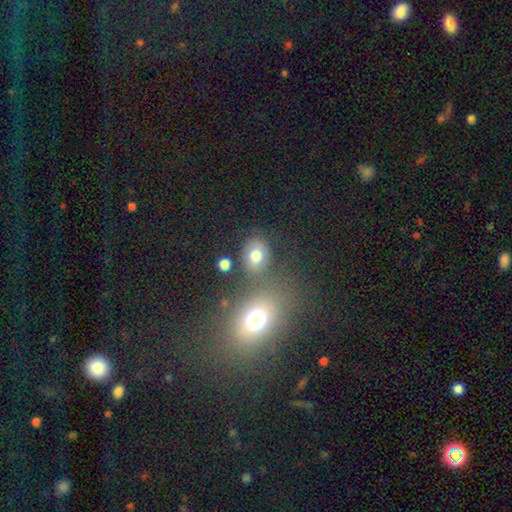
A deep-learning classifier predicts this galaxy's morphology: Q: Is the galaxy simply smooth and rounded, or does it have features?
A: smooth — 74%.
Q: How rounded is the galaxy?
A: in between — 56%.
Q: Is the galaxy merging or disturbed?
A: none — 67%.